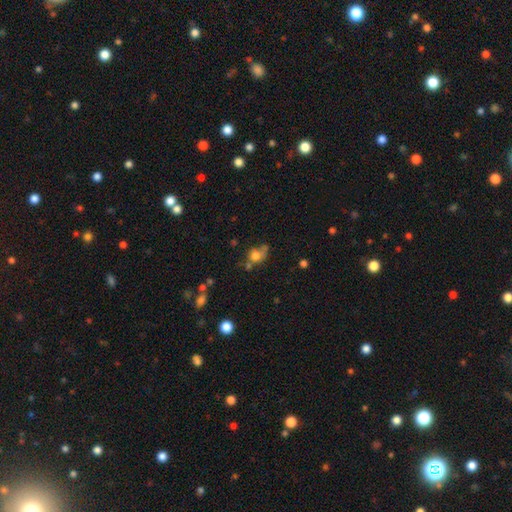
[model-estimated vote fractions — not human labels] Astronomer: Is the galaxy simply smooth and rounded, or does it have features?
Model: smooth — 70%.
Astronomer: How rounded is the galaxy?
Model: round — 66%.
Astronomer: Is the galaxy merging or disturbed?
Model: none — 38% (runner-up: merger, 24%).